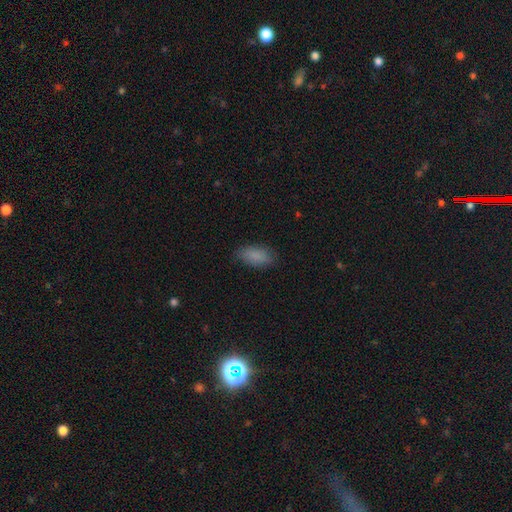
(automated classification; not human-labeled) Smooth or featured? Predicted: smooth (p=0.87). How rounded? Predicted: in between (p=0.91). Merging? Predicted: none (p=0.82).